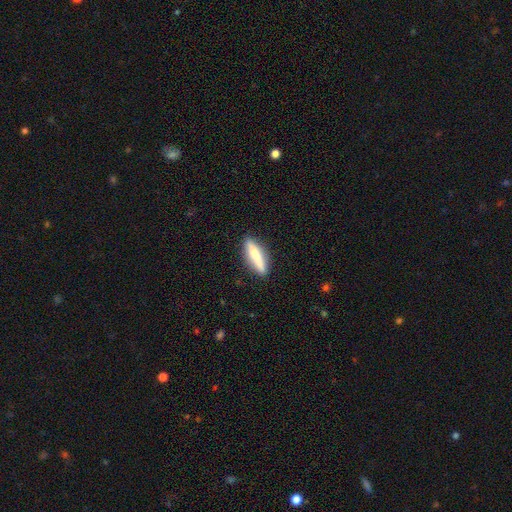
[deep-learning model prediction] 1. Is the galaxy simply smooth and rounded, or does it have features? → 61% smooth, 32% featured or disk, 7% star or artifact.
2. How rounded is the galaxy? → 79% cigar-shaped, 19% in between, 2% round.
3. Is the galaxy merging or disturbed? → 86% none, 10% minor disturbance, 2% major disturbance, 1% merger.